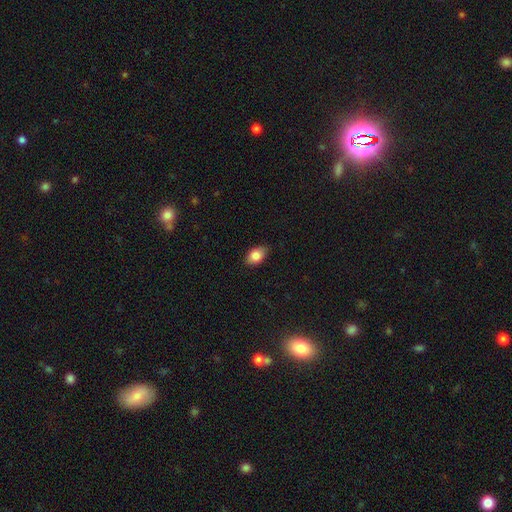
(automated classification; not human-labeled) Morphology: type=smooth (84%); roundness=in between (85%); merging=none (81%).